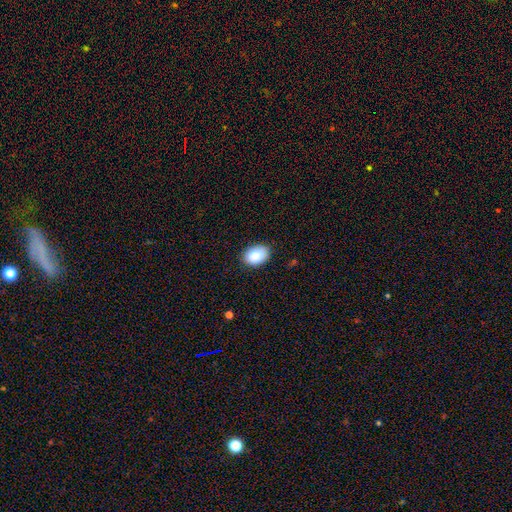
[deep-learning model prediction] smooth-or-featured: smooth: 89% | star or artifact: 7% | featured or disk: 4%
  how-rounded: in between: 84% | round: 15% | cigar-shaped: 1%
  merging: none: 86% | minor disturbance: 11% | major disturbance: 2% | merger: 1%